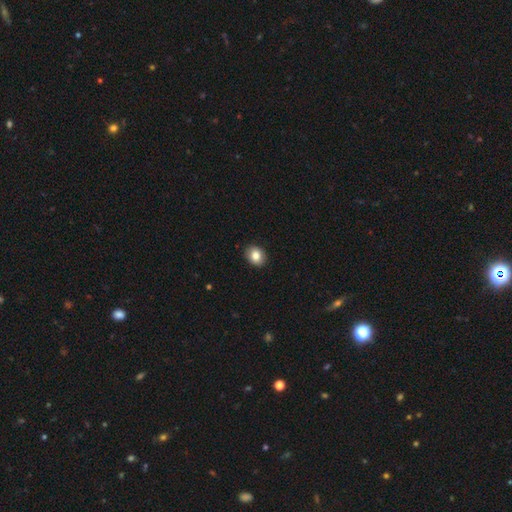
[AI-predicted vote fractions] Smooth or featured? Predicted: smooth (p=0.83). How rounded? Predicted: in between (p=0.51). Merging? Predicted: none (p=0.90).